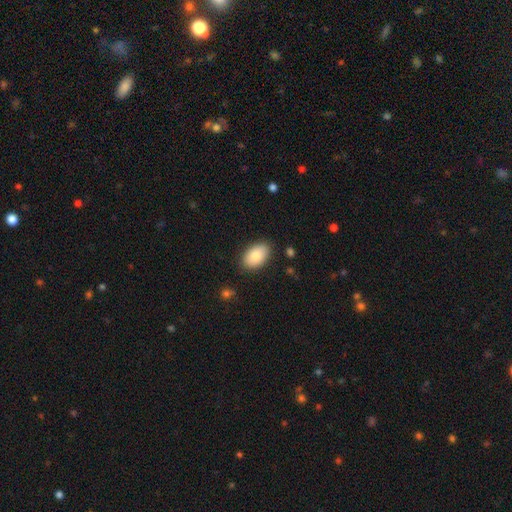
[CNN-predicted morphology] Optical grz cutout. It shows a smooth galaxy with no disk features (85%) that is in between round and cigar-shaped (92%). Merging: none (86%).